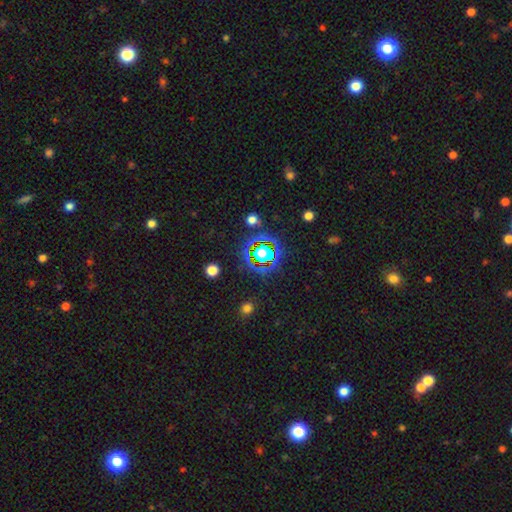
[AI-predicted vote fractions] This appears to be a star or artifact, not a galaxy (74%).